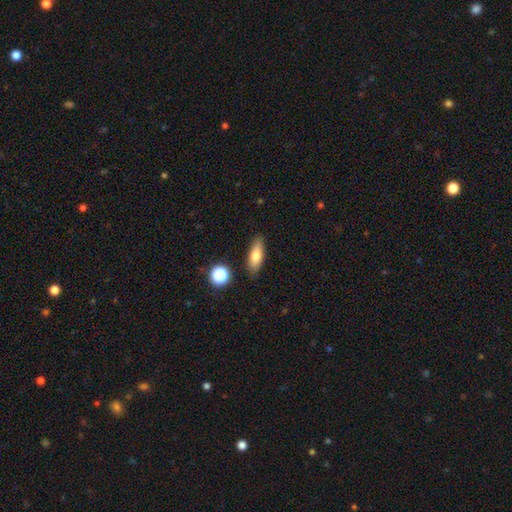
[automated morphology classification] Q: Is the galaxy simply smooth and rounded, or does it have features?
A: smooth — 74%.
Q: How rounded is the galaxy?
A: in between — 60%.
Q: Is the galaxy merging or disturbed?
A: none — 84%.